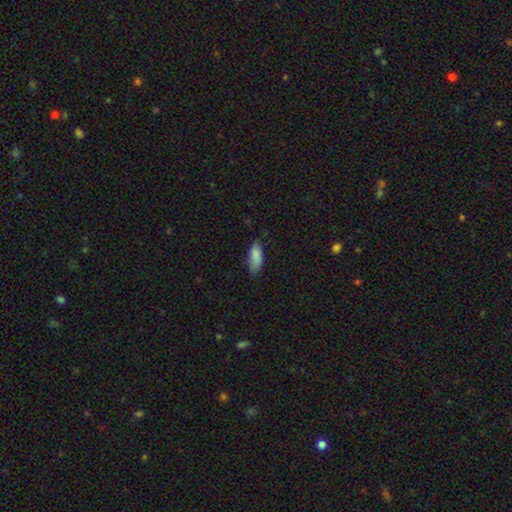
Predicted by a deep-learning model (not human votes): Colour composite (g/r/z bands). It shows a smooth galaxy with no disk features (86%) that is in between round and cigar-shaped (80%). Merging: none (63%).